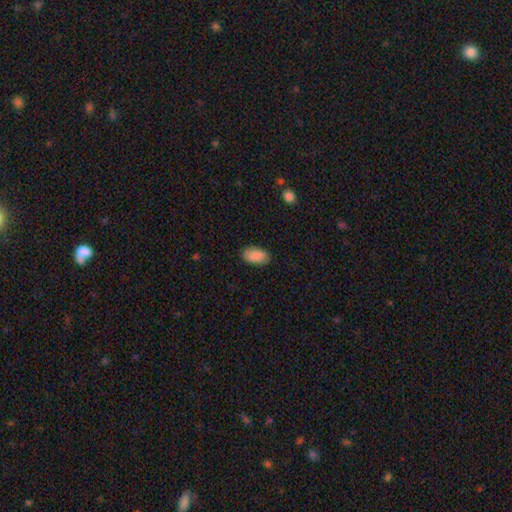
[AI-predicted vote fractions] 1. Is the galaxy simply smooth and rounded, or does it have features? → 89% smooth, 6% star or artifact, 5% featured or disk.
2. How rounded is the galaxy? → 94% in between, 3% round, 2% cigar-shaped.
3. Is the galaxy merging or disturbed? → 85% none, 11% minor disturbance, 3% major disturbance, 1% merger.